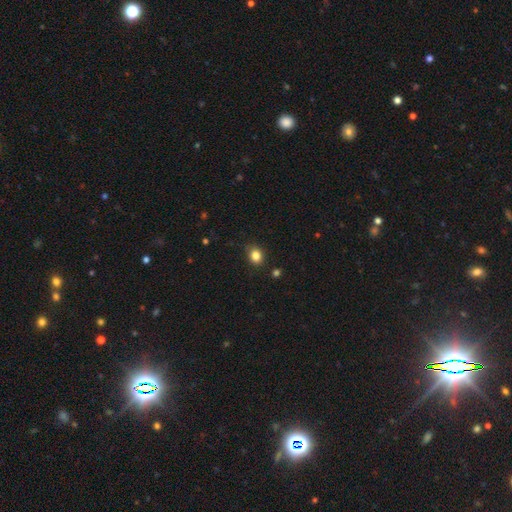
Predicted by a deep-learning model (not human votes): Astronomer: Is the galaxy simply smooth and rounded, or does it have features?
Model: smooth — 84%.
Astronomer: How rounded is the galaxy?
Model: round — 58% (runner-up: in between, 41%).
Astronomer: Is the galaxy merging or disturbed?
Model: none — 84%.